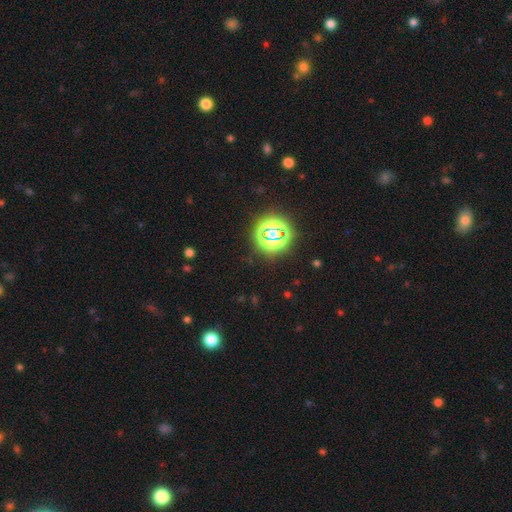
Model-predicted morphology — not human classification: type=star or artifact (77%).